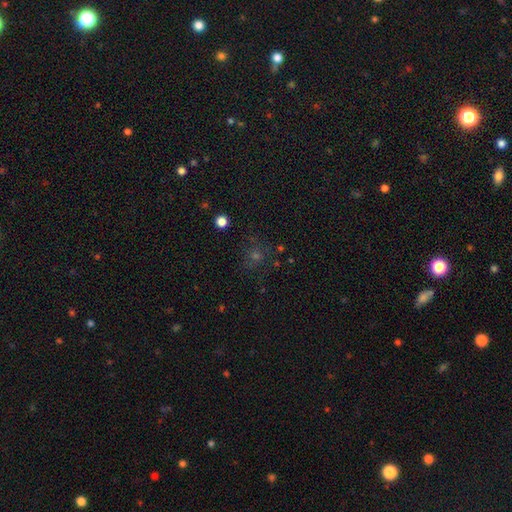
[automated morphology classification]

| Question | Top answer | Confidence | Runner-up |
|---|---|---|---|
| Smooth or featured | star or artifact | 43% | smooth (40%) |